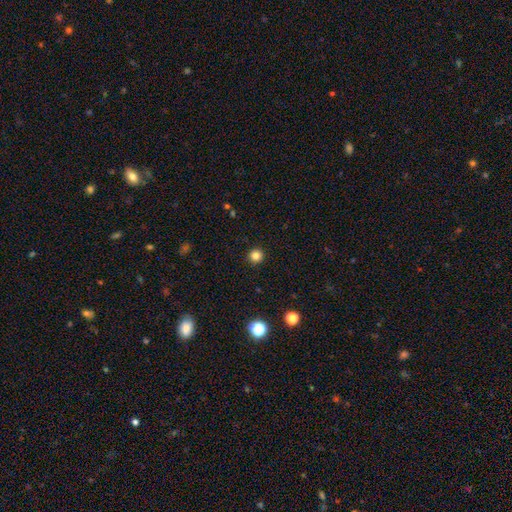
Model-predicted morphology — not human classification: smooth_or_featured: smooth (p=0.82) [alt: star or artifact p=0.13]
how_rounded: round (p=0.95) [alt: in between p=0.04]
merging: none (p=0.93) [alt: minor disturbance p=0.05]